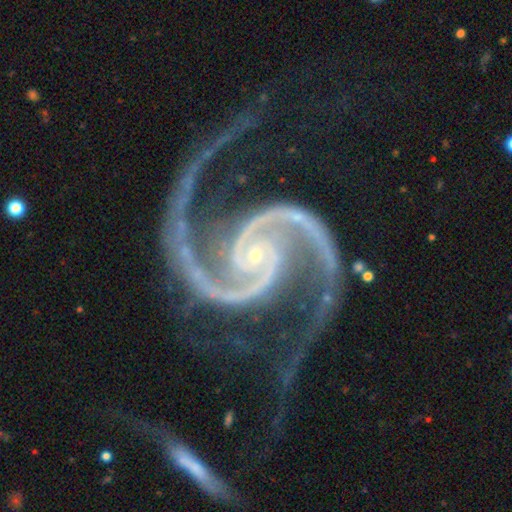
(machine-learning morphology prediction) A featured or disk galaxy (95%) with no bar (62%), 2 (93%) medium (62%) spiral arms (99%) and a small central bulge (84%).

Vote fractions:
- Smooth or featured? featured or disk: 95% / star or artifact: 3% / smooth: 2%
- Edge-on disk? no: 99% / yes: 1%
- Bar? no: 62% / weak: 23% / strong: 15%
- Spiral arms? yes: 99% / no: 1%
- Spiral winding? medium: 62% / tight: 21% / loose: 17%
- Spiral arm count? 2: 93% / 3: 2% / can't tell: 1% / 1: 1% / 4: 1% / more than 4: 1%
- Bulge size? small: 84% / moderate: 11% / none: 3% / large: 1% / dominant: 1%
- Merging? none: 60% / minor disturbance: 18% / major disturbance: 18% / merger: 5%